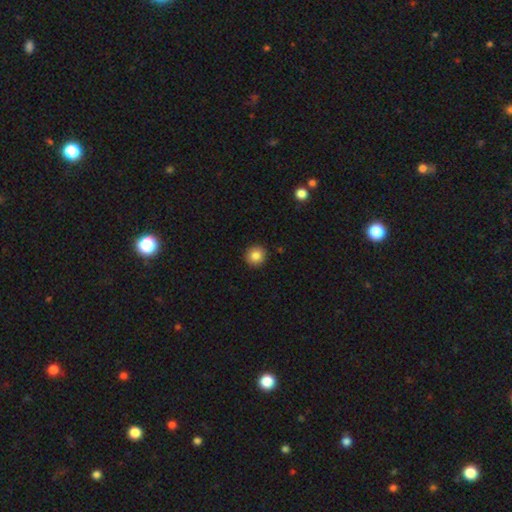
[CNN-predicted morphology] Smooth or featured?
  - smooth: 85% *
  - star or artifact: 10%
  - featured or disk: 5%
How rounded?
  - round: 94% *
  - in between: 5%
  - cigar-shaped: 1%
Merging?
  - none: 92% *
  - minor disturbance: 5%
  - major disturbance: 2%
  - merger: 1%